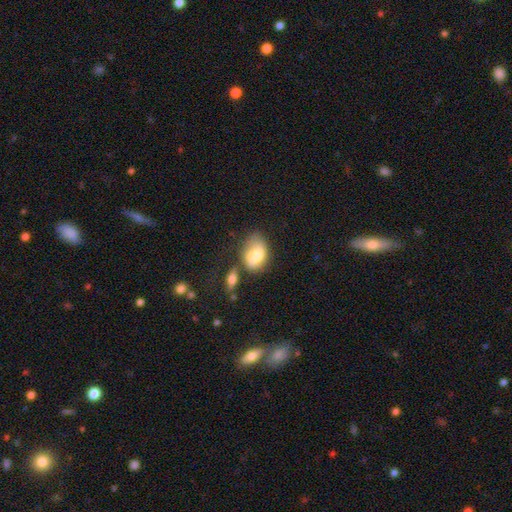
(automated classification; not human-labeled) smooth-or-featured: smooth: 70% | featured or disk: 22% | star or artifact: 9%
  how-rounded: in between: 82% | round: 17% | cigar-shaped: 2%
  merging: none: 43% | minor disturbance: 28% | merger: 18% | major disturbance: 12%